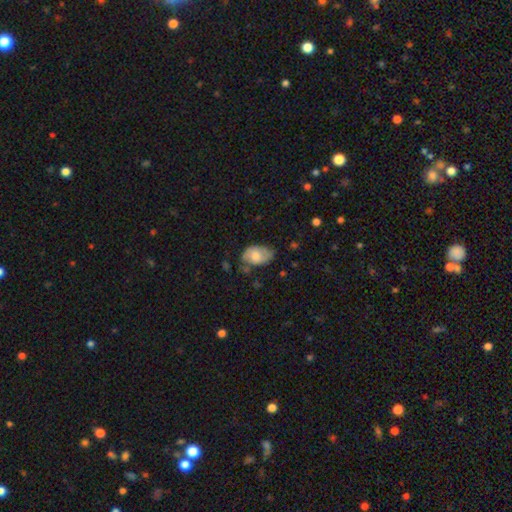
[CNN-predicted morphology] A smooth galaxy with no disk features (63%) that is in between round and cigar-shaped (88%).

Vote fractions:
- Smooth or featured? smooth: 63% / featured or disk: 30% / star or artifact: 7%
- How rounded? in between: 88% / round: 11% / cigar-shaped: 1%
- Merging? none: 52% / minor disturbance: 34% / major disturbance: 10% / merger: 4%